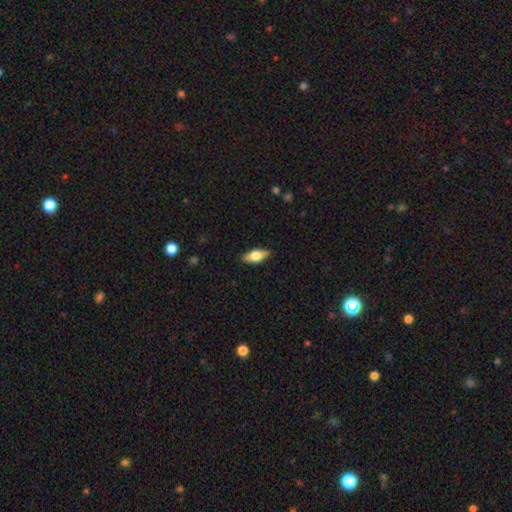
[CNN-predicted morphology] Smooth or featured?
  - smooth: 56% *
  - featured or disk: 37%
  - star or artifact: 7%
How rounded?
  - in between: 77% *
  - cigar-shaped: 19%
  - round: 4%
Merging?
  - none: 88% *
  - minor disturbance: 9%
  - major disturbance: 2%
  - merger: 1%